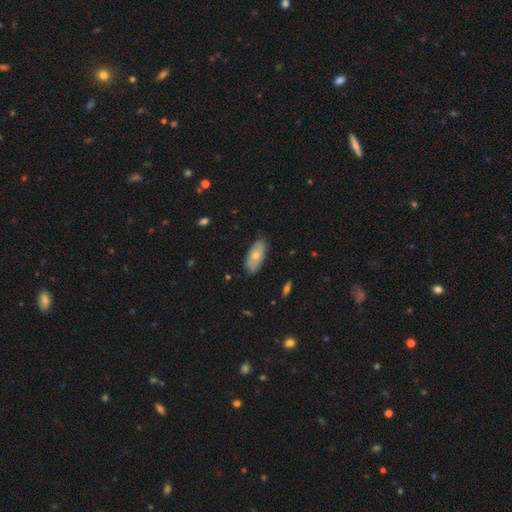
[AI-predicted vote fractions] Smooth or featured: smooth — 68% (featured or disk — 26%)
How rounded: in between — 88% (cigar-shaped — 10%)
Merging: none — 82% (minor disturbance — 14%)